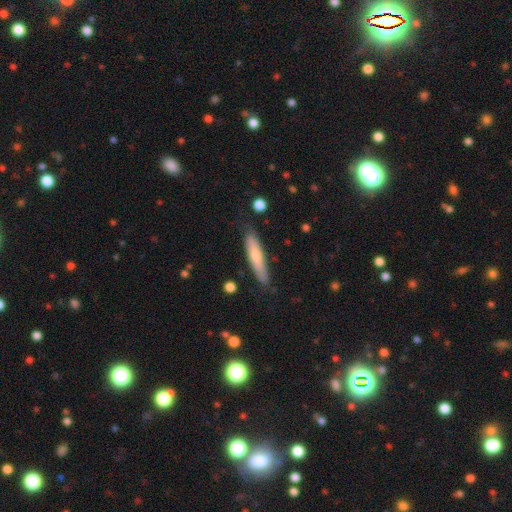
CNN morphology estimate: Overall: smooth (67%; featured or disk 27%). How rounded: cigar-shaped (84%). Merging: none (80%).